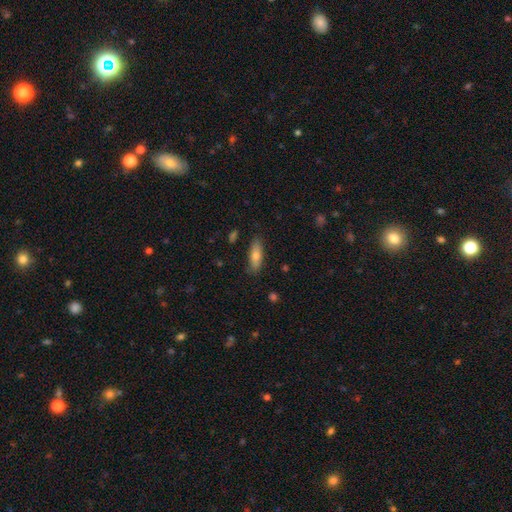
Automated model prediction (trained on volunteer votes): Smooth or featured?
  - smooth: 73% *
  - featured or disk: 21%
  - star or artifact: 6%
How rounded?
  - in between: 58% *
  - cigar-shaped: 40%
  - round: 2%
Merging?
  - none: 83% *
  - minor disturbance: 13%
  - major disturbance: 3%
  - merger: 2%